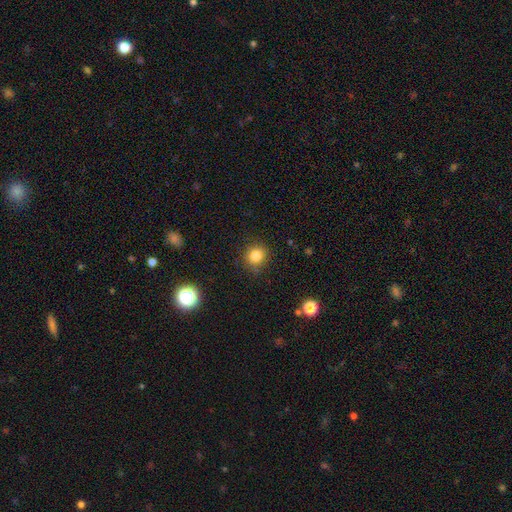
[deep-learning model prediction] smooth-or-featured: smooth: 83% | star or artifact: 12% | featured or disk: 5%
  how-rounded: round: 85% | in between: 14% | cigar-shaped: 1%
  merging: none: 85% | minor disturbance: 11% | major disturbance: 3% | merger: 2%